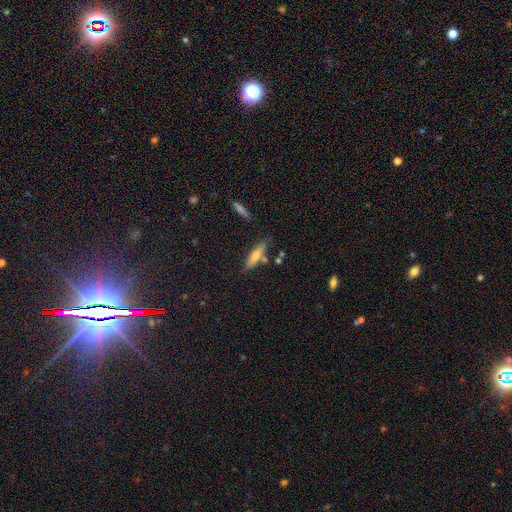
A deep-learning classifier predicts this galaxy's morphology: Q: Smooth or featured?
A: smooth (64%); runner-up: featured or disk (28%)
Q: How rounded?
A: cigar-shaped (68%); runner-up: in between (30%)
Q: Merging?
A: none (74%); runner-up: minor disturbance (15%)